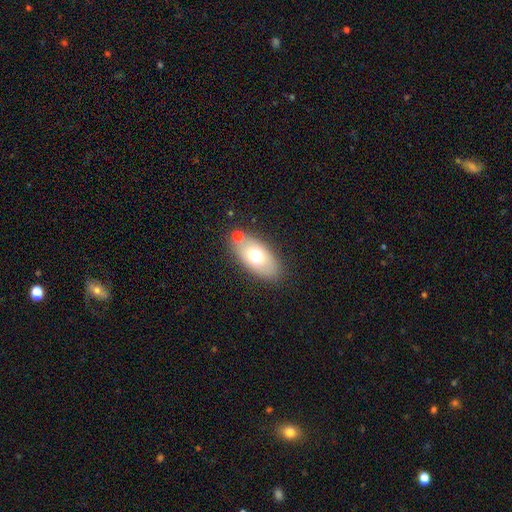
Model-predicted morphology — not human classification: A smooth galaxy with no disk features (66%) that is in between round and cigar-shaped (91%).

Vote fractions:
- Smooth or featured? smooth: 66% / featured or disk: 25% / star or artifact: 8%
- How rounded? in between: 91% / round: 5% / cigar-shaped: 4%
- Merging? none: 76% / minor disturbance: 12% / merger: 8% / major disturbance: 4%